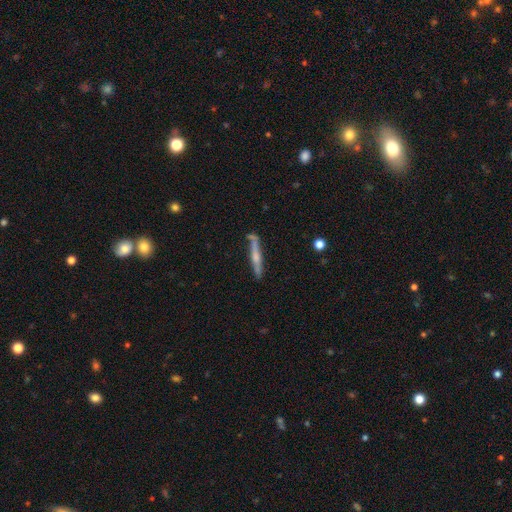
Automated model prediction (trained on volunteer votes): Smooth or featured? featured or disk (61%)
Edge-on disk? yes (94%)
Edge-on bulge? rounded (64%)
Merging? none (76%)